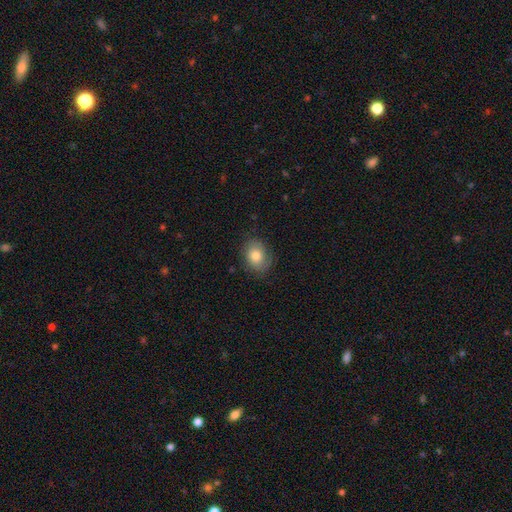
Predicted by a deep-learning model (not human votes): Smooth or featured?
  - smooth: 77% *
  - featured or disk: 15%
  - star or artifact: 8%
How rounded?
  - in between: 57% *
  - round: 42%
  - cigar-shaped: 1%
Merging?
  - none: 77% *
  - minor disturbance: 18%
  - major disturbance: 5%
  - merger: 1%